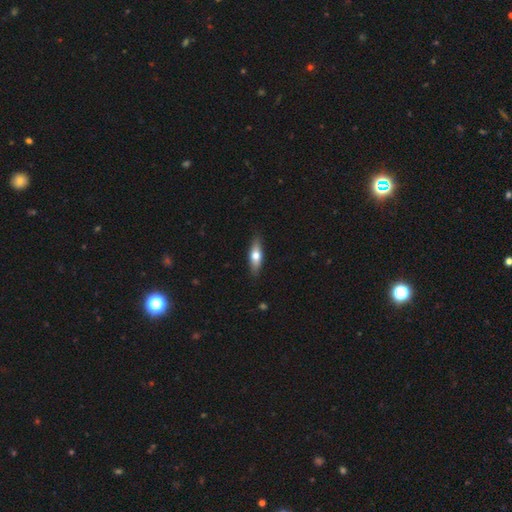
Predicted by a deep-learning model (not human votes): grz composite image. It shows a smooth galaxy with no disk features (59%) that is cigar-shaped (49%, tied with in between). Merging: none (88%).